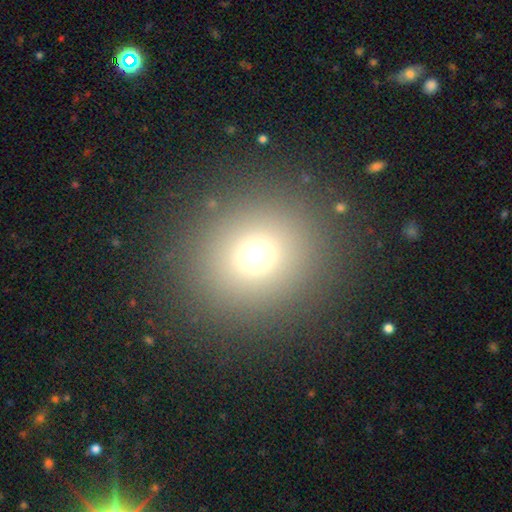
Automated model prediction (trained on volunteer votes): Smooth or featured?
  - smooth: 69% *
  - star or artifact: 23%
  - featured or disk: 8%
How rounded?
  - round: 86% *
  - in between: 13%
  - cigar-shaped: 1%
Merging?
  - none: 87% *
  - minor disturbance: 6%
  - major disturbance: 4%
  - merger: 2%